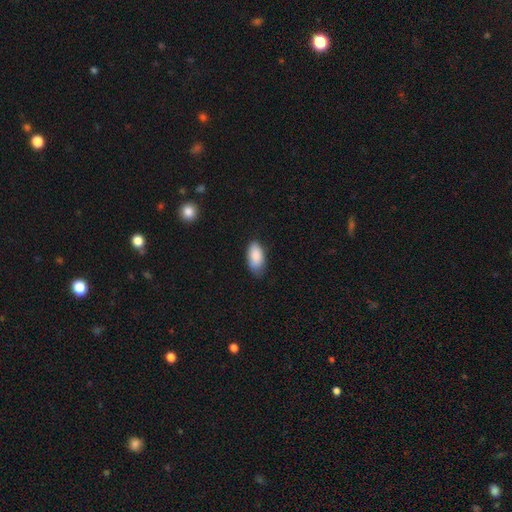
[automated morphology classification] smooth 88%, star or artifact 6%, featured or disk 6%. Down the decision tree: how rounded — in between (93%); merging — none (68%).